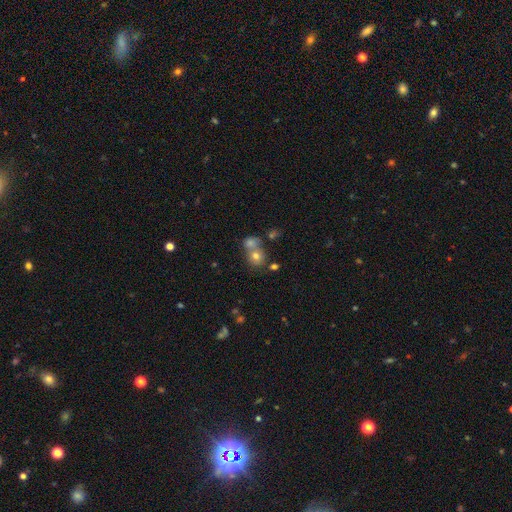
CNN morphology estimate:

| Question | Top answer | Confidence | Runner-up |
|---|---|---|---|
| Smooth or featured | smooth | 71% | star or artifact (16%) |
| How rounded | round | 79% | in between (20%) |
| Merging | none | 47% | merger (42%) |